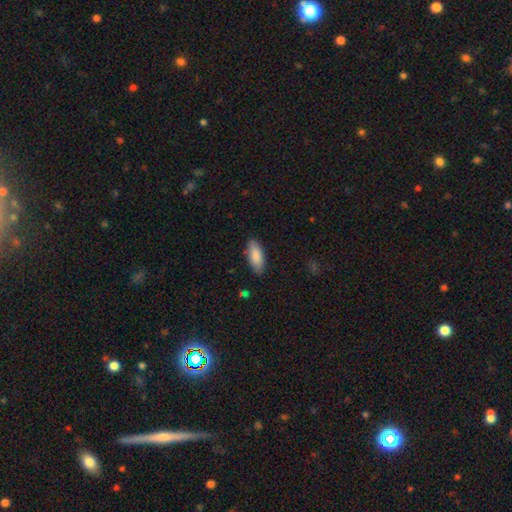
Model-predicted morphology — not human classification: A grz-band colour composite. It shows a smooth galaxy with no disk features (87%) that is in between round and cigar-shaped (81%). Merging: none (83%).